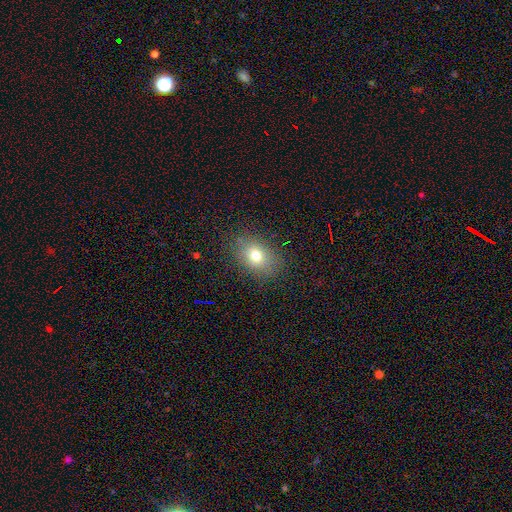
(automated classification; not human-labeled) Morphology: type=smooth (75%); roundness=in between (70%); merging=none (83%).